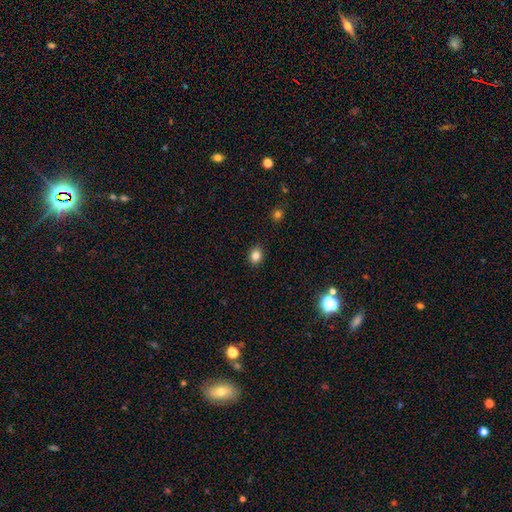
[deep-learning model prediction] Smooth or featured? Predicted: smooth (p=0.83). How rounded? Predicted: round (p=0.55). Merging? Predicted: none (p=0.90).